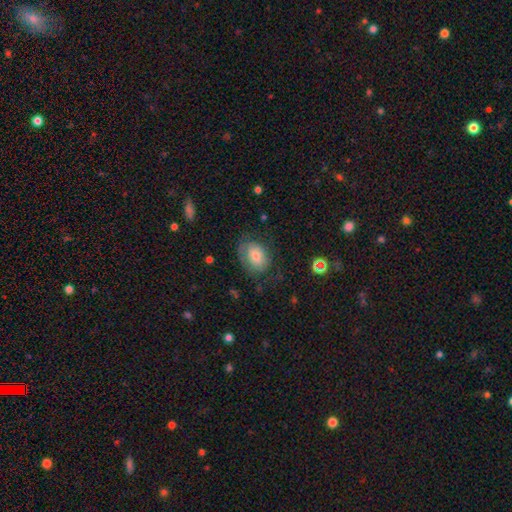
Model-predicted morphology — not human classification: smooth 52%, featured or disk 38%, star or artifact 10%. Down the decision tree: how rounded — in between (73%); merging — none (62%).